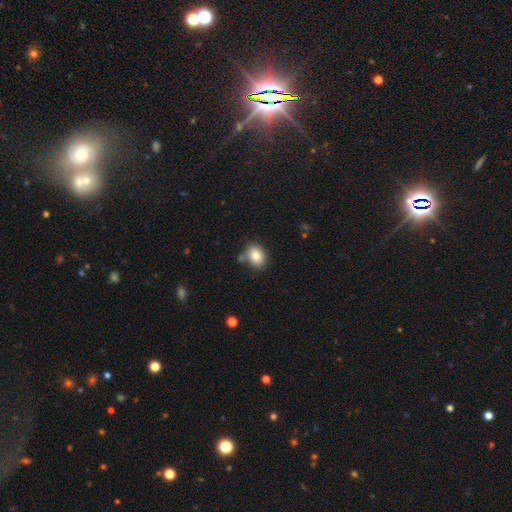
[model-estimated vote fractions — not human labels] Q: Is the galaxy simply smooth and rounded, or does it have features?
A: smooth — 83%.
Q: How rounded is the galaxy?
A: in between — 64%.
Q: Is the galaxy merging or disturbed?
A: none — 75%.